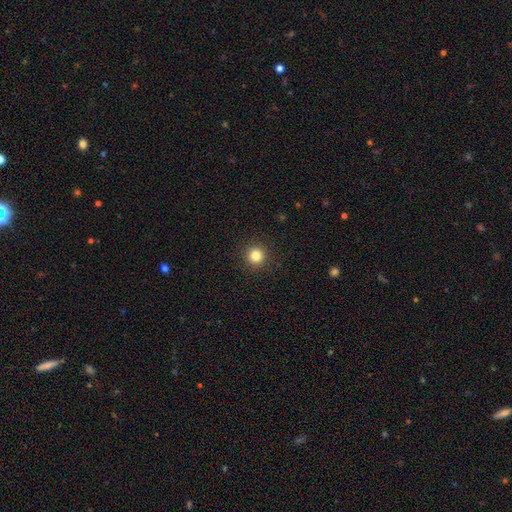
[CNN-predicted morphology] smooth 83%, star or artifact 12%, featured or disk 5%. Down the decision tree: how rounded — round (95%); merging — none (93%).